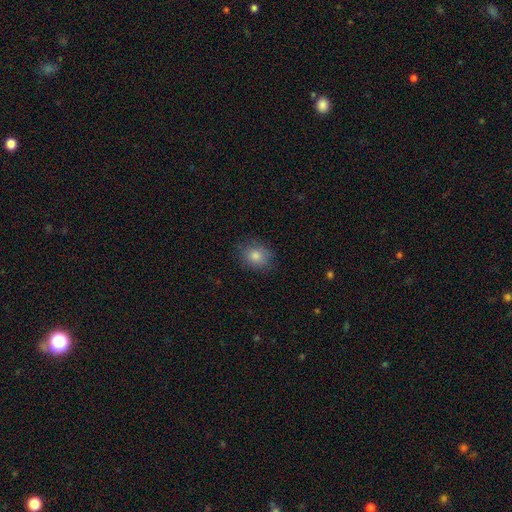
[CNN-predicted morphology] A smooth galaxy with no disk features (81%) that is round (58%). Merging: none (83%).